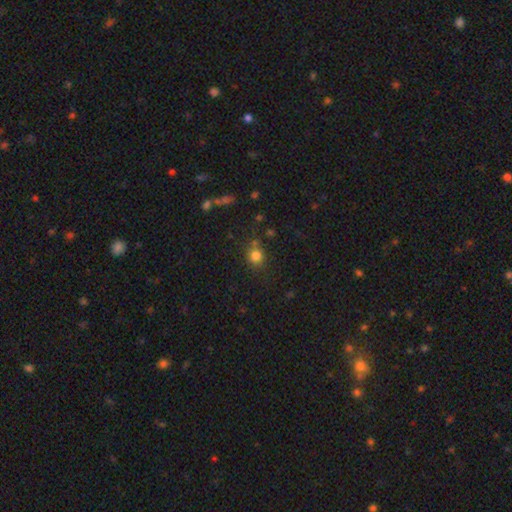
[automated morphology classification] A smooth galaxy with no disk features (79%) that is round (82%). Merging: none (75%).